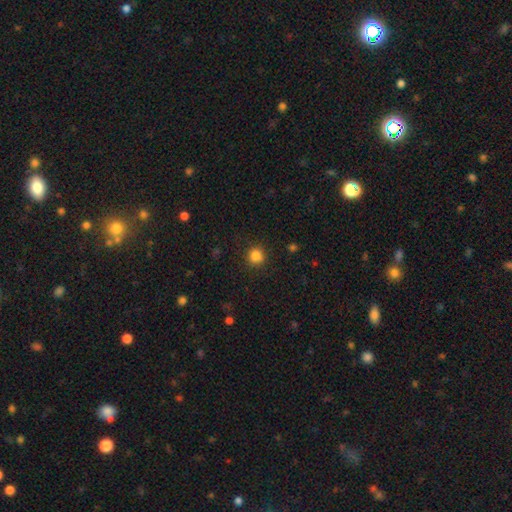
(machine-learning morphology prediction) Smooth or featured?
  - smooth: 85% *
  - star or artifact: 11%
  - featured or disk: 4%
How rounded?
  - round: 92% *
  - in between: 7%
  - cigar-shaped: 1%
Merging?
  - none: 90% *
  - minor disturbance: 7%
  - major disturbance: 3%
  - merger: 1%